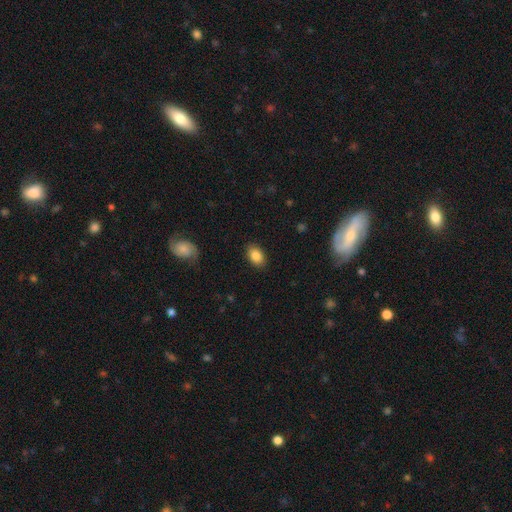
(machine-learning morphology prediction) Smooth or featured? smooth (87%)
How rounded? in between (87%)
Merging? none (87%)